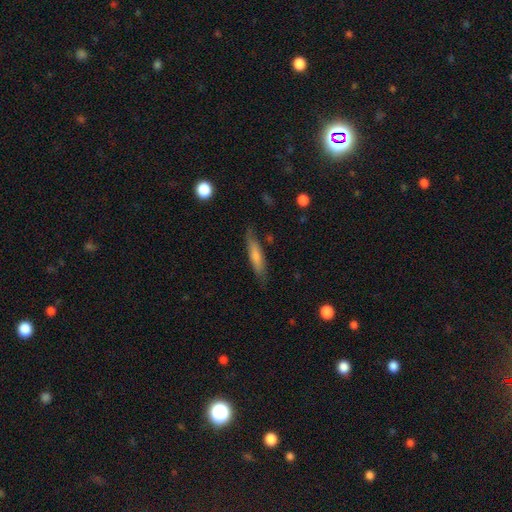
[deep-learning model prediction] smooth_or_featured: featured or disk (p=0.42) [alt: smooth p=0.40]
merging: none (p=0.84) [alt: minor disturbance p=0.12]